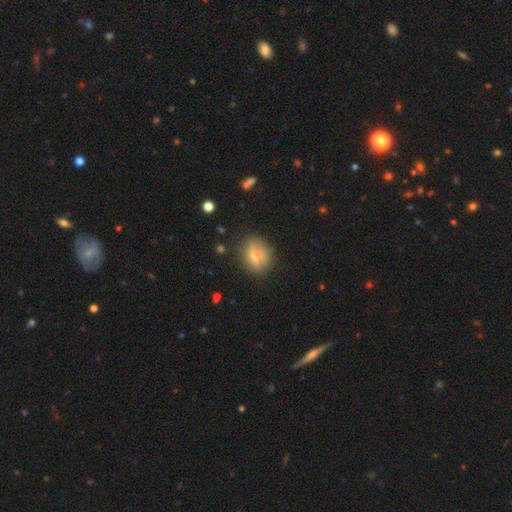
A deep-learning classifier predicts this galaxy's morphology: Smooth or featured? smooth (60%)
How rounded? round (48%)
Merging? none (69%)